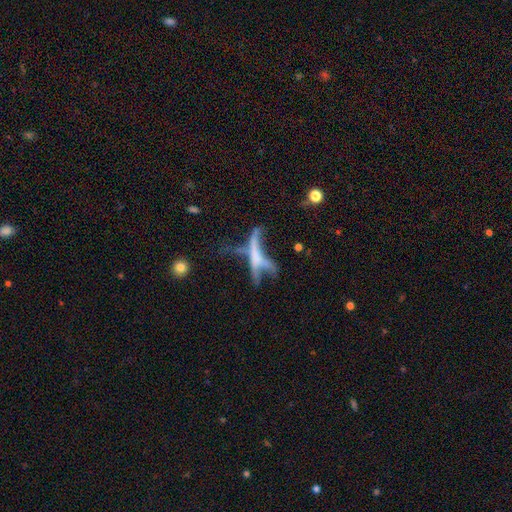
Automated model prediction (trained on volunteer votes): smooth-or-featured: featured or disk: 59% | smooth: 26% | star or artifact: 15%
  disk-edge-on: yes: 64% | no: 36%
  merging: none: 30% (tied) | merger: 30% (tied) | major disturbance: 26% | minor disturbance: 14%